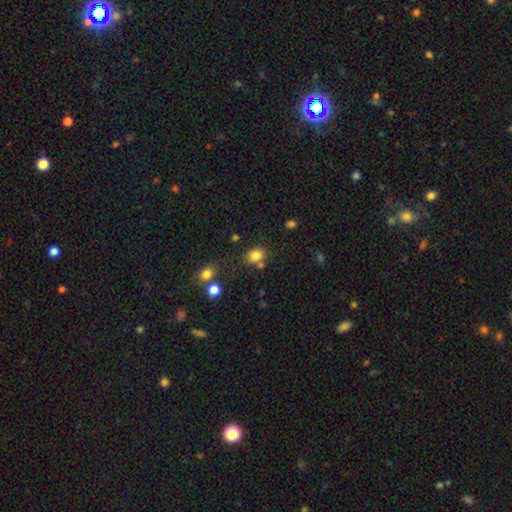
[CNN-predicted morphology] Smooth or featured? Predicted: smooth (p=0.82). How rounded? Predicted: in between (p=0.53). Merging? Predicted: none (p=0.68).